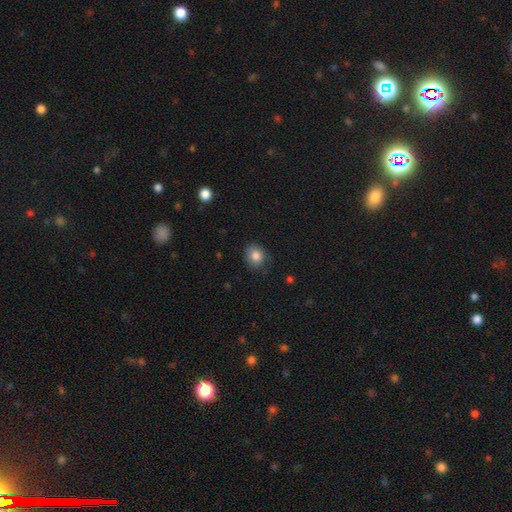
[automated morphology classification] Smooth or featured? smooth (82%)
How rounded? round (66%)
Merging? none (72%)